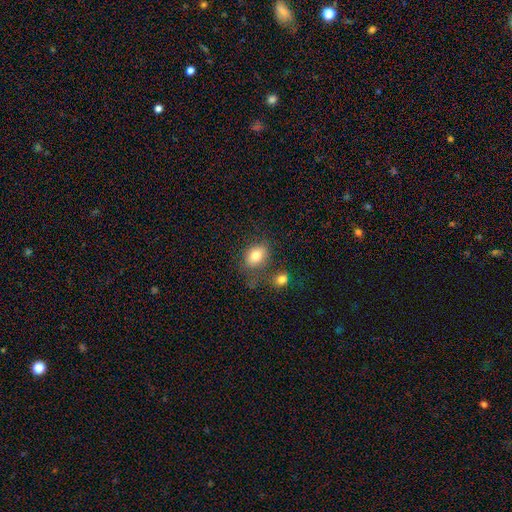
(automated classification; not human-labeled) Smooth or featured? smooth (79%)
How rounded? in between (70%)
Merging? none (62%)